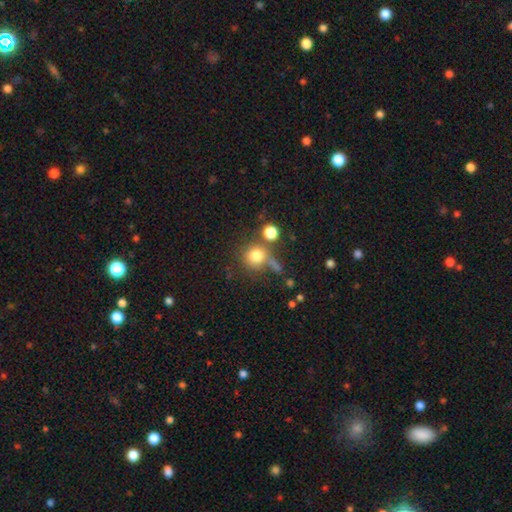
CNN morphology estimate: Q: Smooth or featured?
A: smooth (77%); runner-up: star or artifact (13%)
Q: How rounded?
A: round (89%); runner-up: in between (10%)
Q: Merging?
A: none (55%); runner-up: merger (21%)